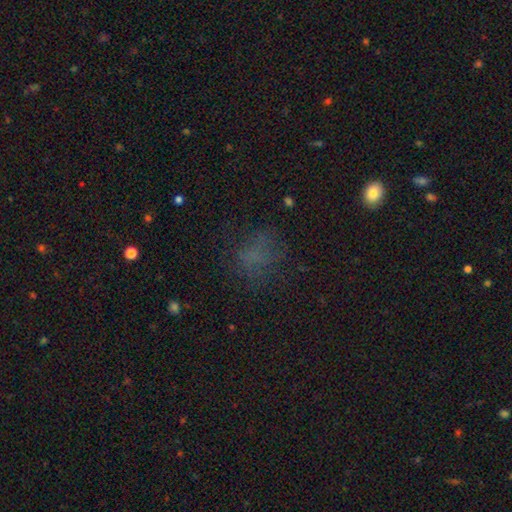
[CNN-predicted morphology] This is possibly a smooth galaxy (55%). How rounded: likely round (60%). Merging: likely none (65%).